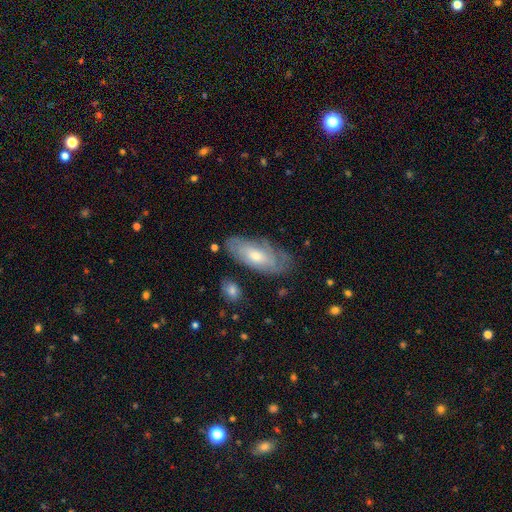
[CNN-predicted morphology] Smooth or featured? Predicted: featured or disk (p=0.52). Edge-on disk? Predicted: no (p=0.83). Merging? Predicted: none (p=0.71).